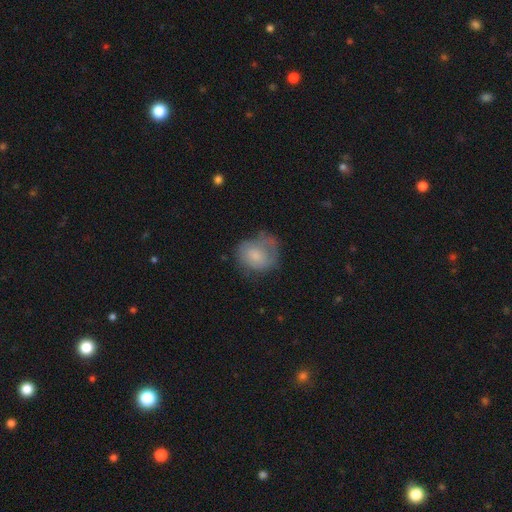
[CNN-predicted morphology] A smooth galaxy with no disk features (62%) that is round (66%).

Vote fractions:
- Smooth or featured? smooth: 62% / featured or disk: 30% / star or artifact: 8%
- How rounded? round: 66% / in between: 33% / cigar-shaped: 1%
- Merging? none: 42% / minor disturbance: 30% / major disturbance: 25% / merger: 3%